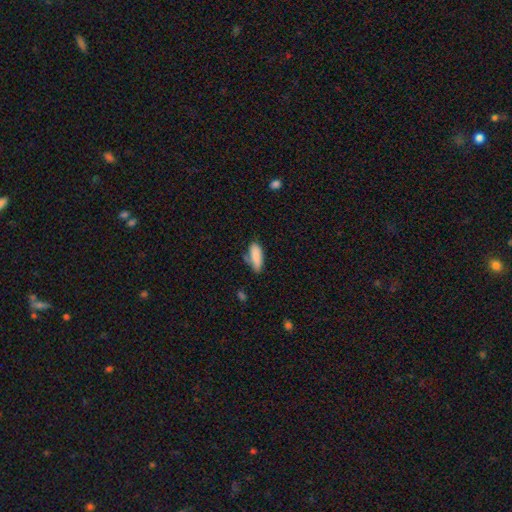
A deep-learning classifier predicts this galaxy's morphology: A smooth galaxy with no disk features (86%) that is in between round and cigar-shaped (70%). Merging: none (59%).